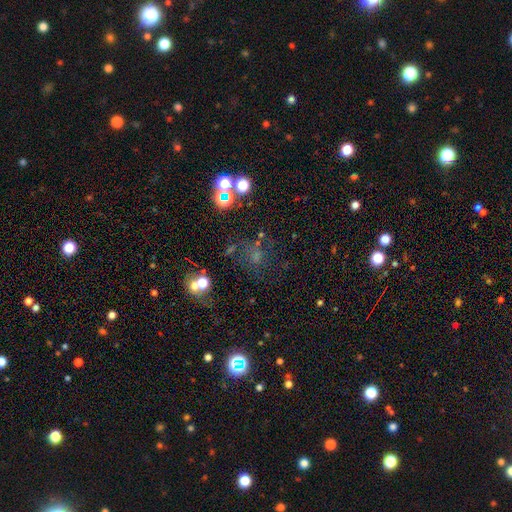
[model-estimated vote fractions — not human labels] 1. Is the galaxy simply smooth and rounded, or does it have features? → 50% star or artifact, 34% smooth, 16% featured or disk.